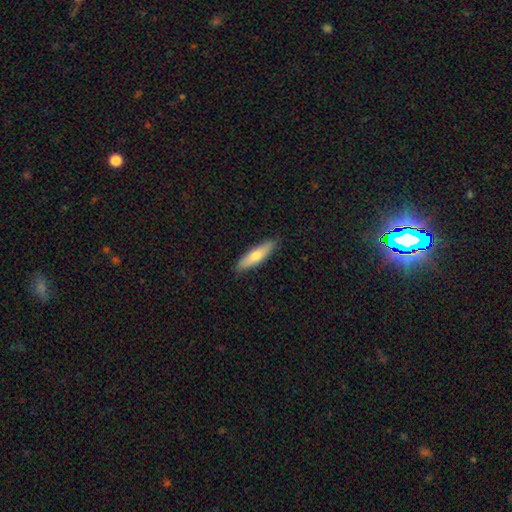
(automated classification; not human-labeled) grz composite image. It shows a smooth galaxy with no disk features (66%) that is cigar-shaped (68%). Merging: none (88%).